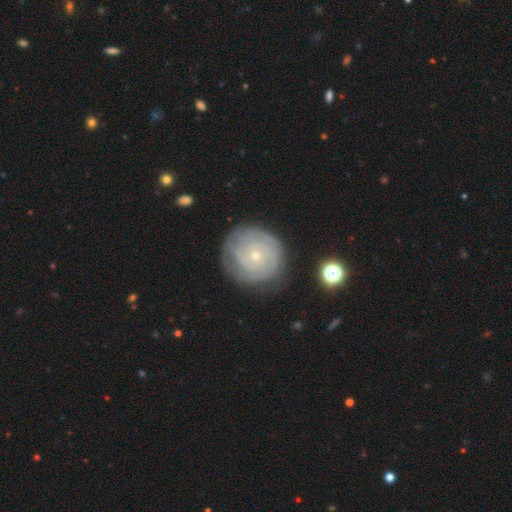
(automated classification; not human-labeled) Morphology: type=featured or disk (78%); edge-on=no (98%); bar=no (84%); spiral arms=yes (92%); winding=tight (83%); arm count=can't tell (37%); bulge=small (80%); merging=none (79%).